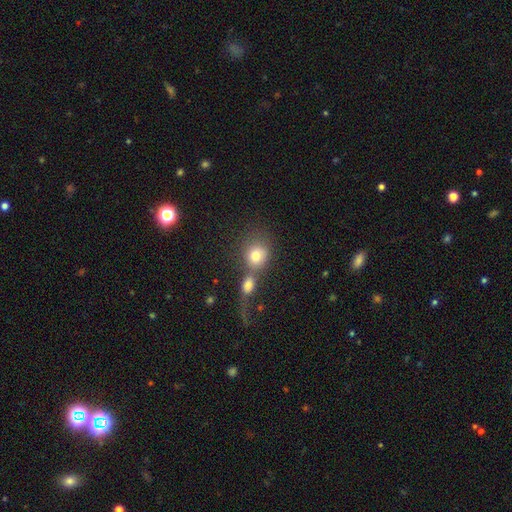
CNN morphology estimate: Smooth or featured? Predicted: smooth (p=0.77). How rounded? Predicted: round (p=0.77). Merging? Predicted: merger (p=0.48).